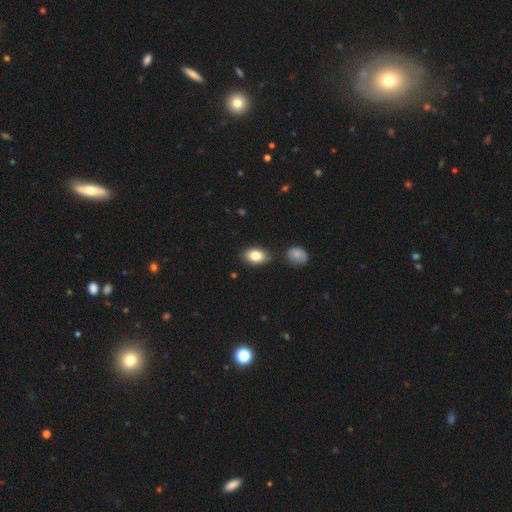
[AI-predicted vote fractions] smooth 84%, featured or disk 8%, star or artifact 8%. Down the decision tree: how rounded — in between (87%); merging — none (77%).